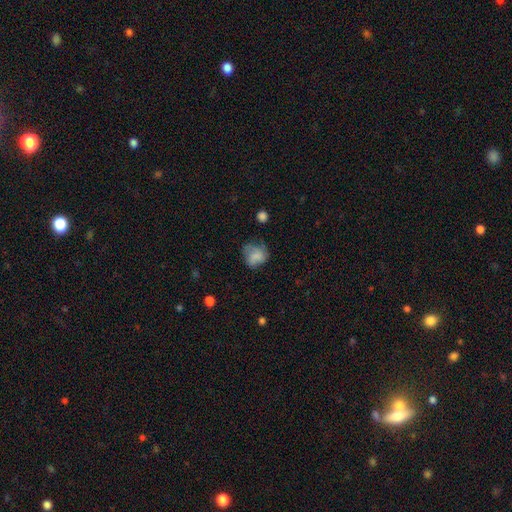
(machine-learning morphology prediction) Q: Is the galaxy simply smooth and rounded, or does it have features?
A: smooth — 67%.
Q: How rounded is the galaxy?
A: round — 63%.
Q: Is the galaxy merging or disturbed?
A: none — 47%.